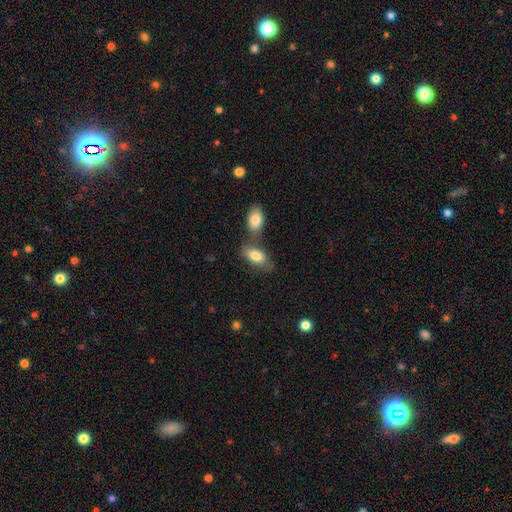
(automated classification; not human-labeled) Morphology: type=smooth (81%); roundness=in between (90%); merging=none (50%).